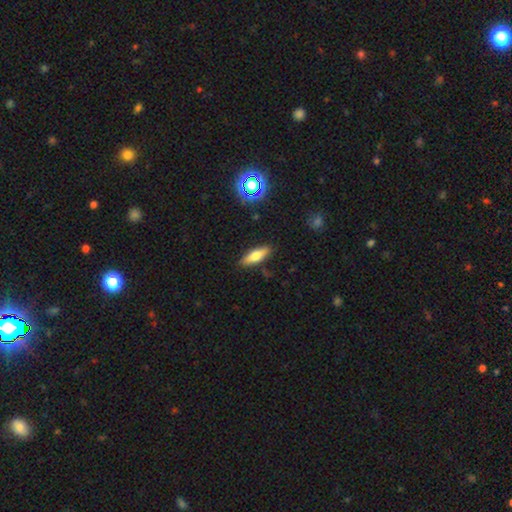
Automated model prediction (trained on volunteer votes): smooth 64%, featured or disk 28%, star or artifact 8%. Down the decision tree: how rounded — in between (53%); merging — none (86%).